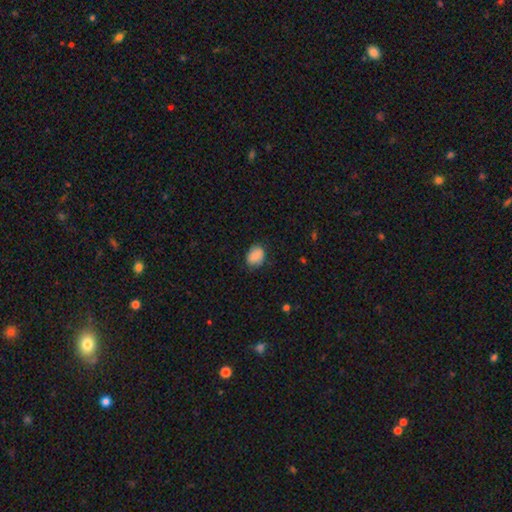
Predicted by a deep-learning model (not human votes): A smooth galaxy with no disk features (85%) that is in between round and cigar-shaped (62%).

Vote fractions:
- Smooth or featured? smooth: 85% / star or artifact: 8% / featured or disk: 8%
- How rounded? in between: 62% / round: 37% / cigar-shaped: 1%
- Merging? none: 72% / minor disturbance: 23% / major disturbance: 5% / merger: 1%